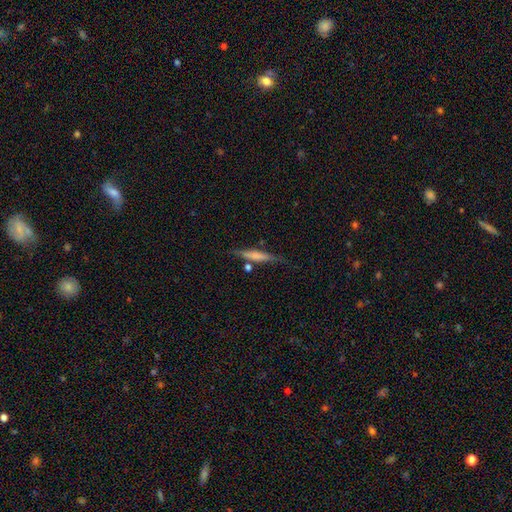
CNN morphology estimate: This appears to be a smooth galaxy with no disk features (58%) that is cigar-shaped (88%). Merging: none (73%).